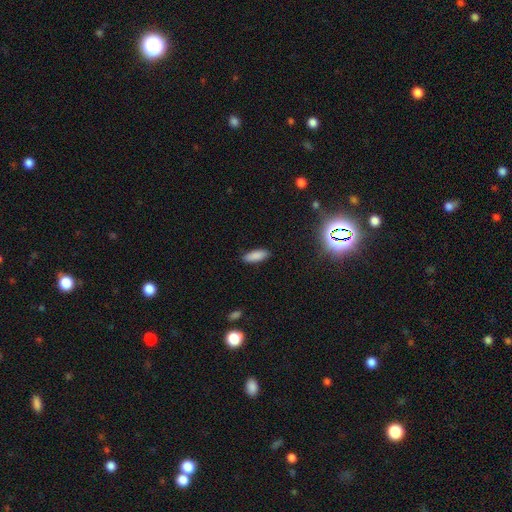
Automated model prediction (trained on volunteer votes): Smooth or featured? smooth (86%)
How rounded? in between (69%)
Merging? none (88%)